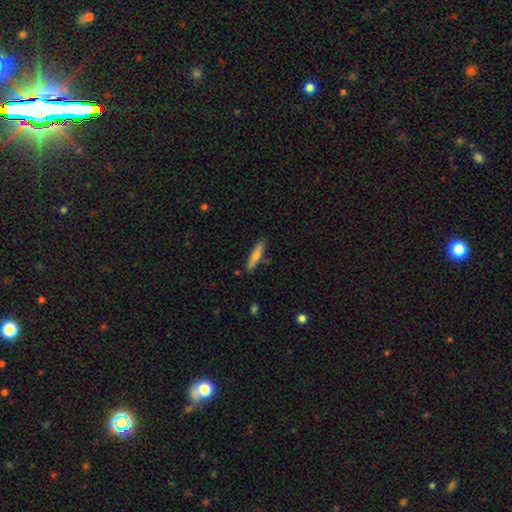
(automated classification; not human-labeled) smooth 59%, featured or disk 35%, star or artifact 6%. Down the decision tree: how rounded — cigar-shaped (88%); merging — none (83%).